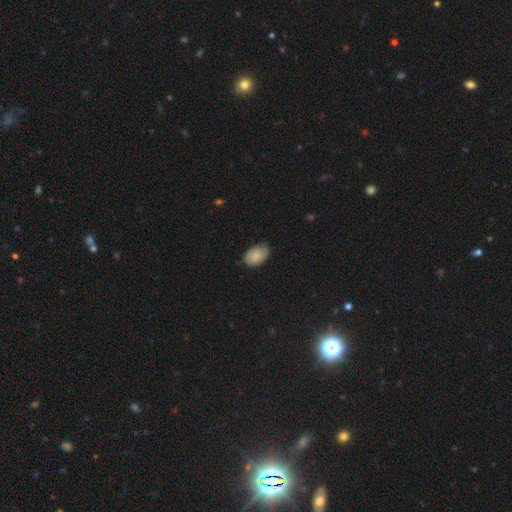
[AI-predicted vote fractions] Smooth or featured? Predicted: smooth (p=0.78). How rounded? Predicted: in between (p=0.90). Merging? Predicted: none (p=0.64).